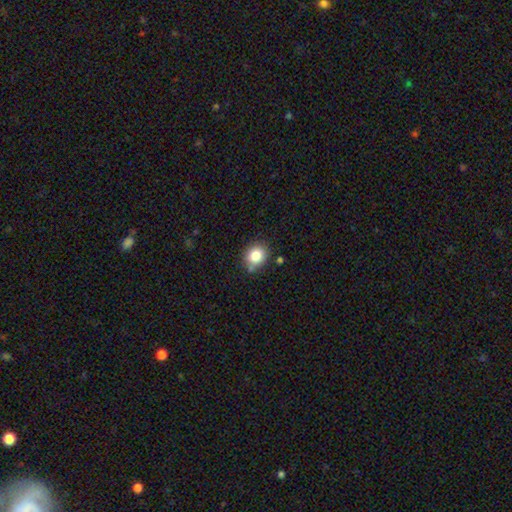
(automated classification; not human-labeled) Smooth or featured? smooth (83%)
How rounded? round (71%)
Merging? none (78%)